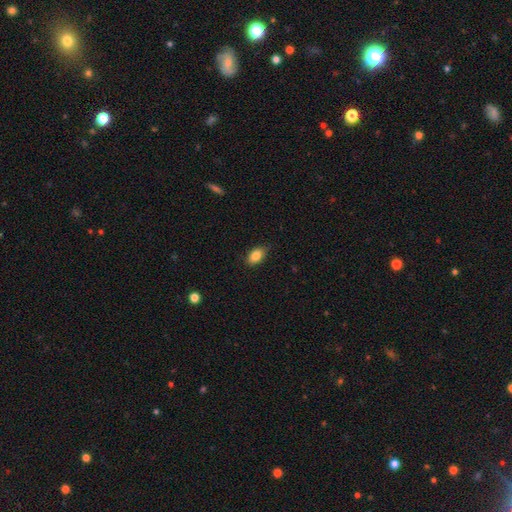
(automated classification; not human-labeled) Morphology: type=smooth (84%); roundness=in between (88%); merging=none (79%).